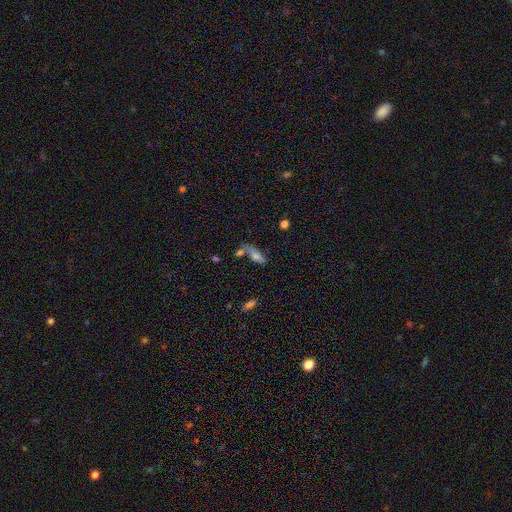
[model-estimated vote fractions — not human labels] This is likely a smooth galaxy (65%). How rounded: likely in between (63%). Merging: marginally none (42%).